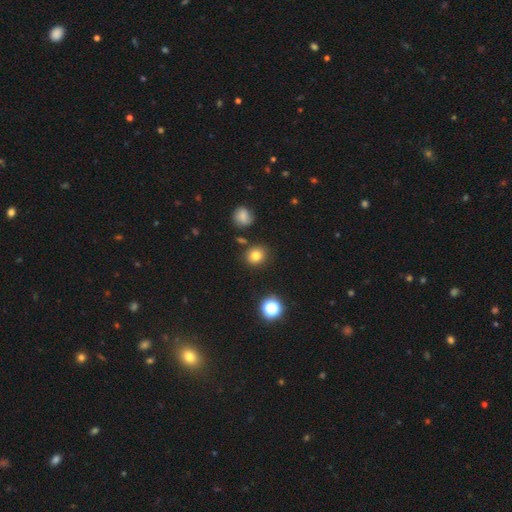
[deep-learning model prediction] Smooth or featured: smooth — 78% (star or artifact — 14%)
How rounded: round — 80% (in between — 19%)
Merging: none — 83% (minor disturbance — 9%)